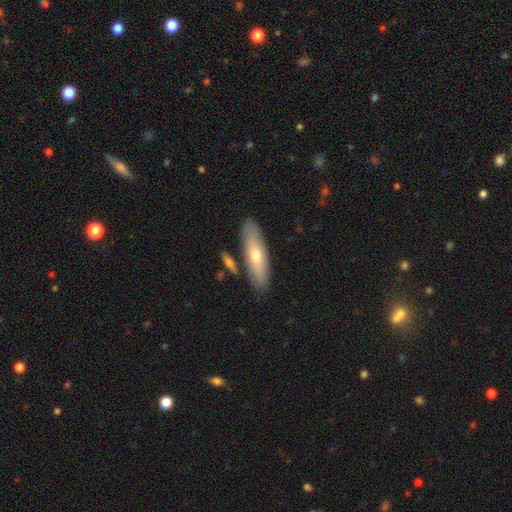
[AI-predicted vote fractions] Smooth or featured?
  - smooth: 62% *
  - featured or disk: 32%
  - star or artifact: 6%
How rounded?
  - cigar-shaped: 59% *
  - in between: 39%
  - round: 2%
Merging?
  - none: 81% *
  - minor disturbance: 11%
  - merger: 6%
  - major disturbance: 2%